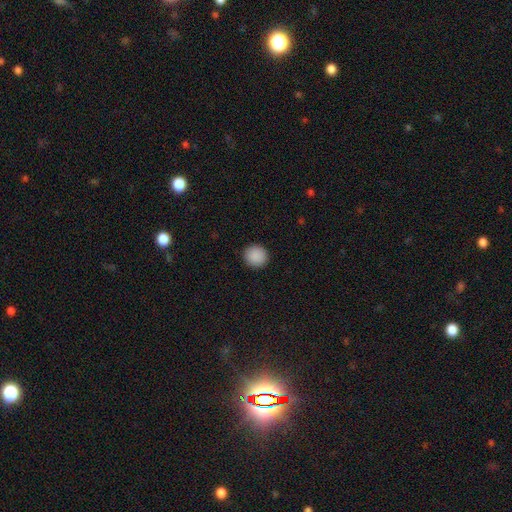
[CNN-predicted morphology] Smooth or featured? Predicted: smooth (p=0.89). How rounded? Predicted: round (p=0.94). Merging? Predicted: none (p=0.93).